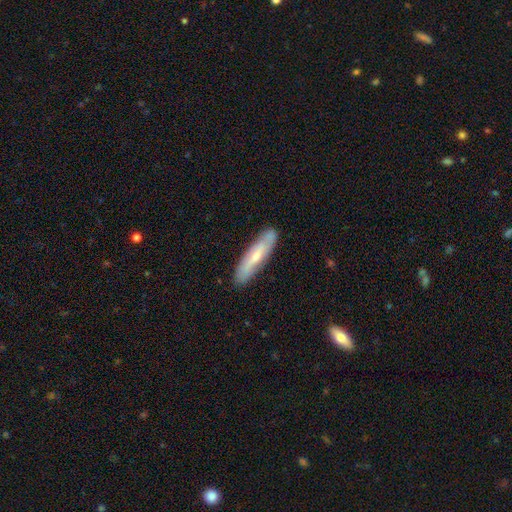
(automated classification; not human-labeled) Smooth or featured?
  - smooth: 52% *
  - featured or disk: 42%
  - star or artifact: 6%
How rounded?
  - cigar-shaped: 78% *
  - in between: 20%
  - round: 2%
Merging?
  - none: 84% *
  - minor disturbance: 12%
  - major disturbance: 2%
  - merger: 2%